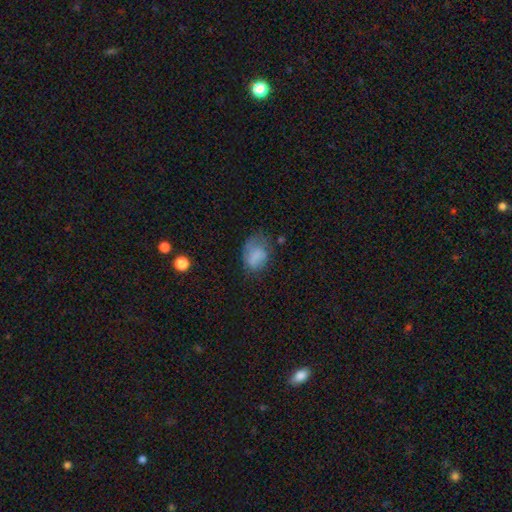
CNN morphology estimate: Smooth or featured? smooth (70%)
How rounded? in between (67%)
Merging? none (41%)